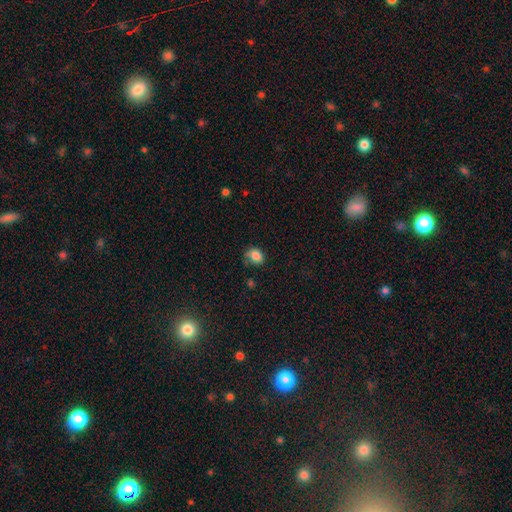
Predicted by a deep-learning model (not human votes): Q: Smooth or featured?
A: smooth (84%); runner-up: star or artifact (10%)
Q: How rounded?
A: round (52%); runner-up: in between (47%)
Q: Merging?
A: none (60%); runner-up: minor disturbance (27%)